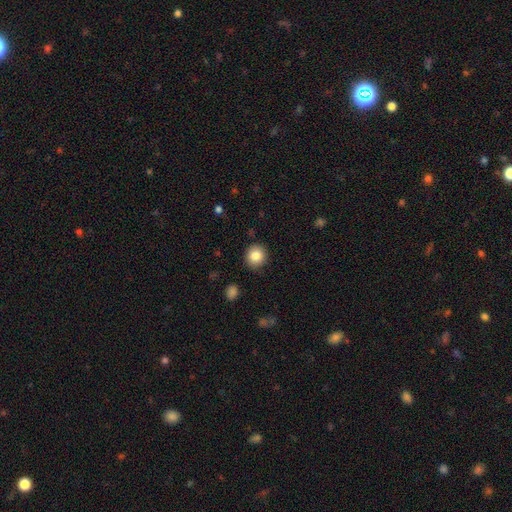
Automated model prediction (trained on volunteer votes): A smooth galaxy with no disk features (84%) that is round (89%).

Vote fractions:
- Smooth or featured? smooth: 84% / star or artifact: 9% / featured or disk: 6%
- How rounded? round: 89% / in between: 10% / cigar-shaped: 1%
- Merging? none: 90% / minor disturbance: 7% / major disturbance: 2% / merger: 1%